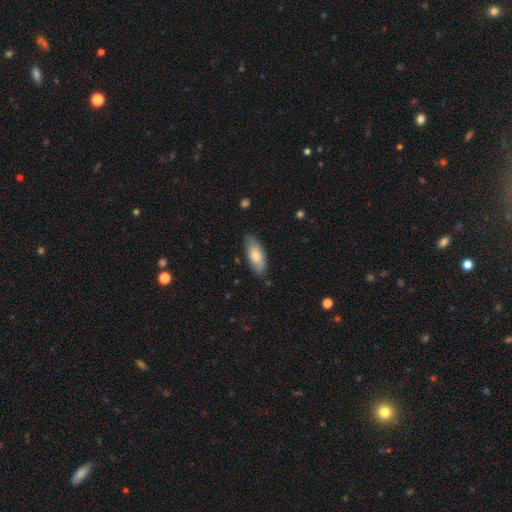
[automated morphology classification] A smooth galaxy with no disk features (75%) that is in between round and cigar-shaped (80%).

Vote fractions:
- Smooth or featured? smooth: 75% / featured or disk: 19% / star or artifact: 6%
- How rounded? in between: 80% / cigar-shaped: 18% / round: 2%
- Merging? none: 79% / minor disturbance: 17% / major disturbance: 3% / merger: 1%